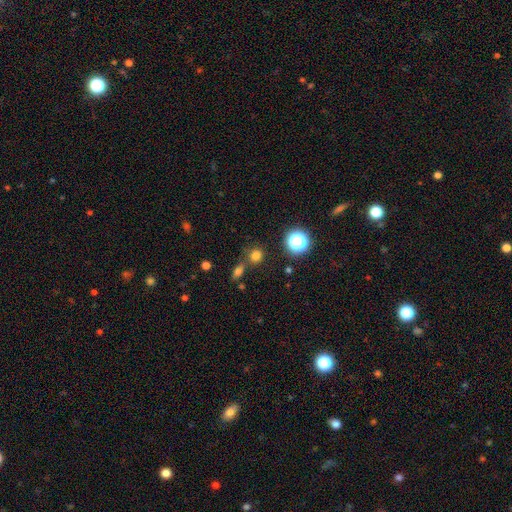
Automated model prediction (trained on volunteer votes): Q: Smooth or featured?
A: smooth (74%); runner-up: star or artifact (19%)
Q: How rounded?
A: round (85%); runner-up: in between (14%)
Q: Merging?
A: none (69%); runner-up: merger (18%)